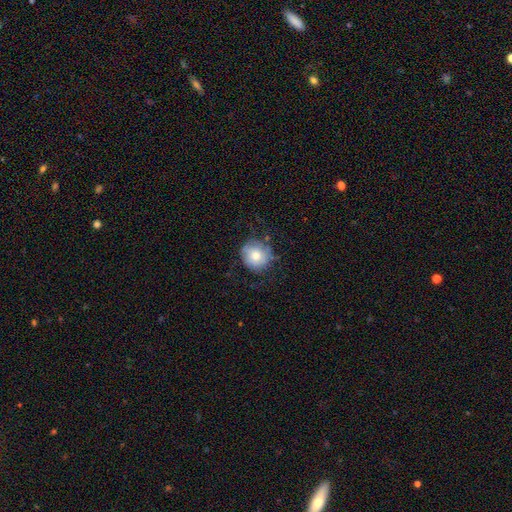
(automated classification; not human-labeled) Morphology: type=smooth (67%); roundness=round (90%); merging=none (64%).